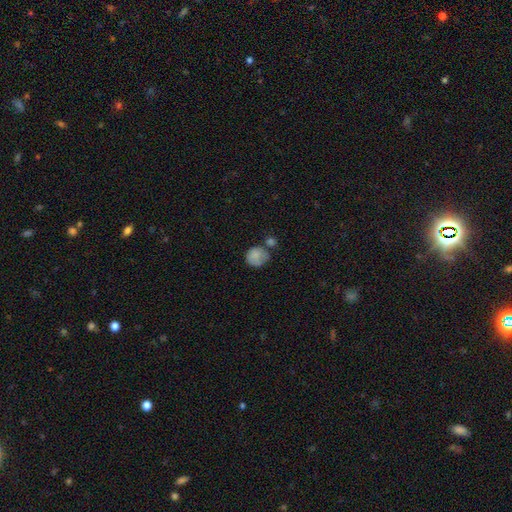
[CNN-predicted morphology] Smooth or featured? Predicted: smooth (p=0.81). How rounded? Predicted: round (p=0.79). Merging? Predicted: none (p=0.45).